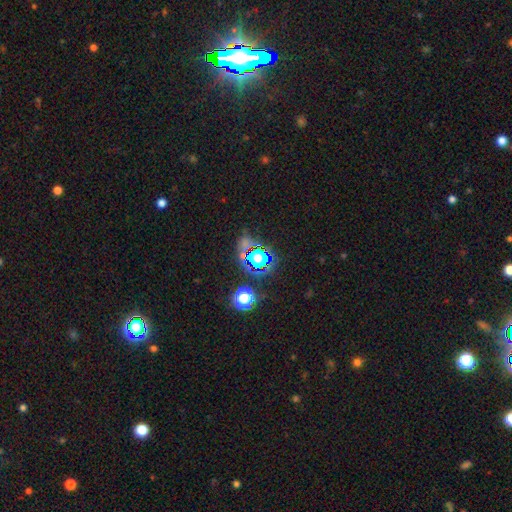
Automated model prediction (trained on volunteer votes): Smooth or featured: star or artifact — 69% (smooth — 22%)